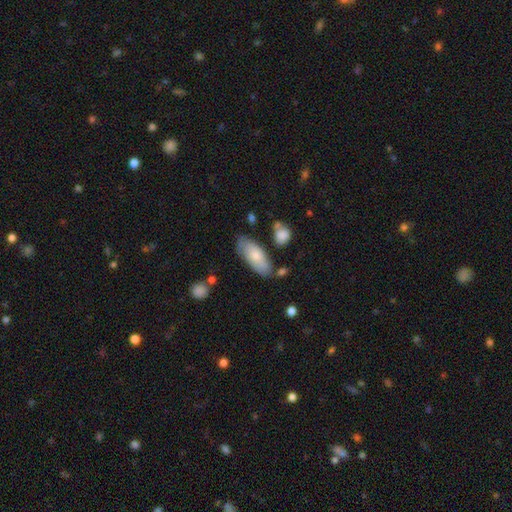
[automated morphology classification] Q: Smooth or featured?
A: smooth (72%); runner-up: featured or disk (22%)
Q: How rounded?
A: in between (84%); runner-up: cigar-shaped (14%)
Q: Merging?
A: none (69%); runner-up: minor disturbance (21%)